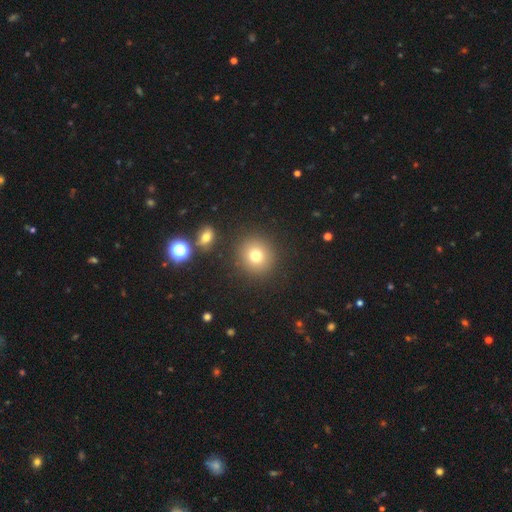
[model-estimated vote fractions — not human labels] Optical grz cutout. It shows a smooth galaxy with no disk features (76%) that is round (90%). Merging: none (87%).